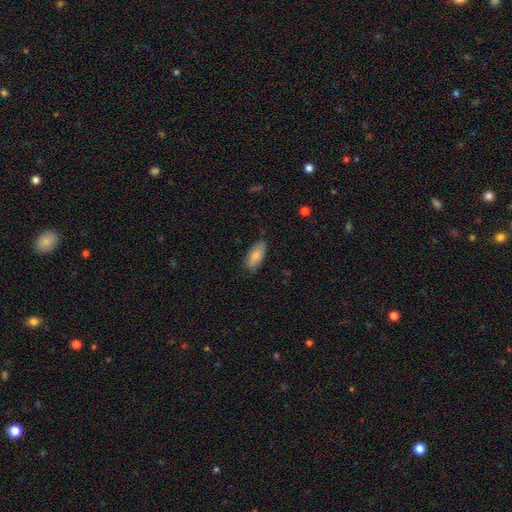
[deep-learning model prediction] Q: Smooth or featured?
A: smooth (82%); runner-up: featured or disk (12%)
Q: How rounded?
A: in between (87%); runner-up: cigar-shaped (11%)
Q: Merging?
A: none (80%); runner-up: minor disturbance (16%)